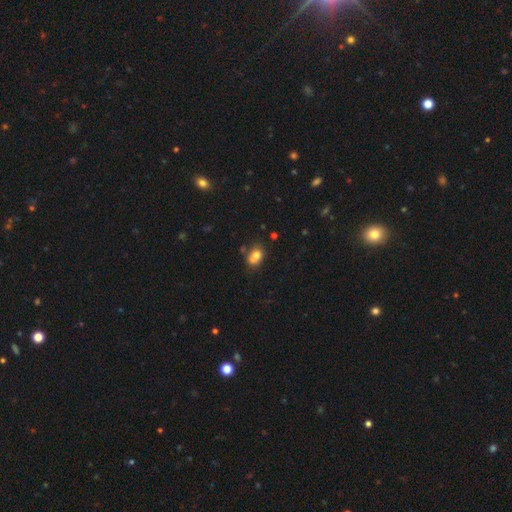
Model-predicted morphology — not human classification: Smooth or featured? Predicted: smooth (p=0.73). How rounded? Predicted: in between (p=0.58). Merging? Predicted: none (p=0.42).